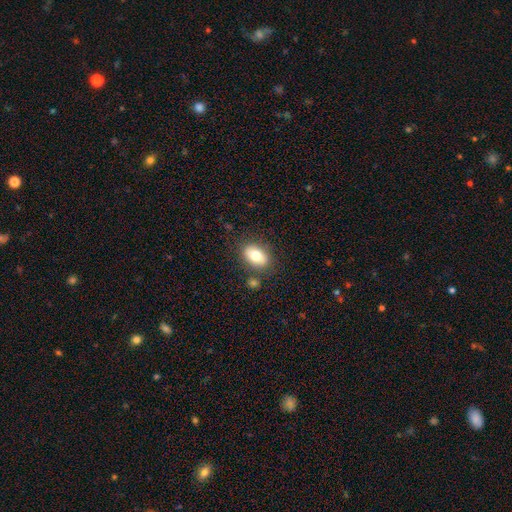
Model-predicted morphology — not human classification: Q: Smooth or featured?
A: smooth (76%); runner-up: featured or disk (16%)
Q: How rounded?
A: in between (86%); runner-up: round (13%)
Q: Merging?
A: none (79%); runner-up: minor disturbance (12%)